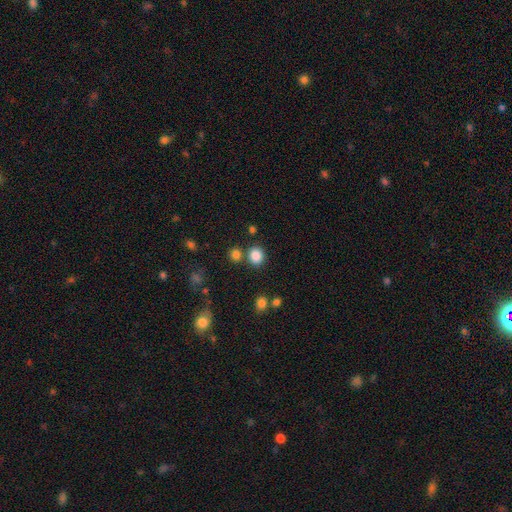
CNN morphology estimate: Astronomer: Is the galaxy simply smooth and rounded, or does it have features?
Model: smooth — 85%.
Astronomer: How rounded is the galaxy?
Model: round — 74%.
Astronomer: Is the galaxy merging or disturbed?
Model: none — 76%.